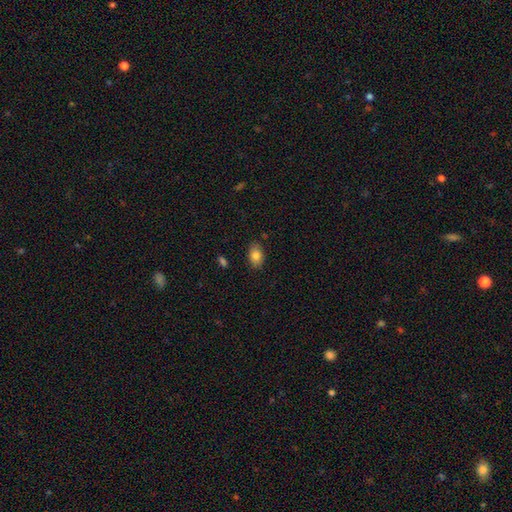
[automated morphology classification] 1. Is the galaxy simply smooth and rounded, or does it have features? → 82% smooth, 10% featured or disk, 8% star or artifact.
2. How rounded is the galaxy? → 87% in between, 12% round, 1% cigar-shaped.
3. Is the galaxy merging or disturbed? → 84% none, 12% minor disturbance, 2% major disturbance, 2% merger.